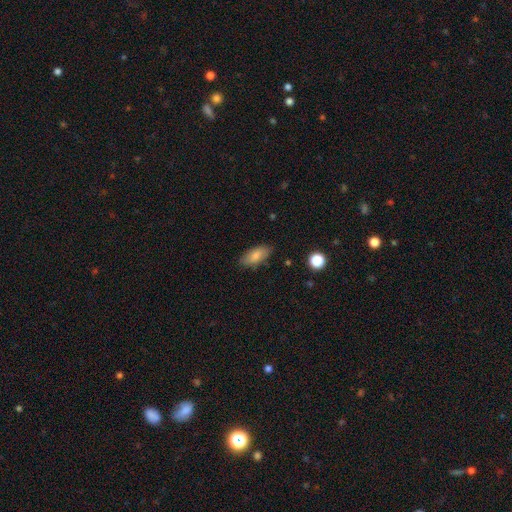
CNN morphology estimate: Q: Smooth or featured?
A: smooth (81%); runner-up: featured or disk (12%)
Q: How rounded?
A: in between (86%); runner-up: cigar-shaped (12%)
Q: Merging?
A: none (82%); runner-up: minor disturbance (14%)